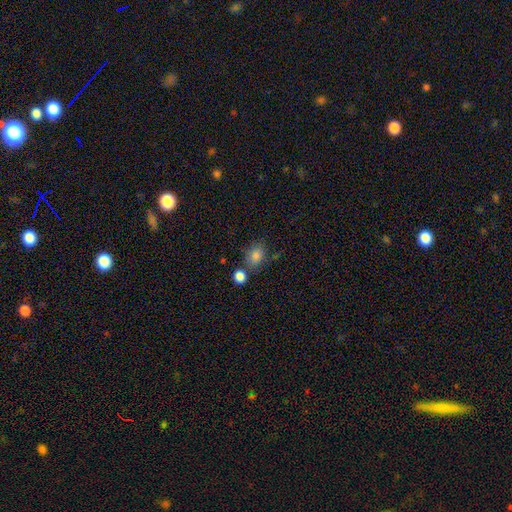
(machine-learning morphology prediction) smooth-or-featured: smooth: 84% | star or artifact: 10% | featured or disk: 6%
  how-rounded: in between: 64% | round: 35% | cigar-shaped: 1%
  merging: none: 66% | minor disturbance: 16% | merger: 13% | major disturbance: 5%